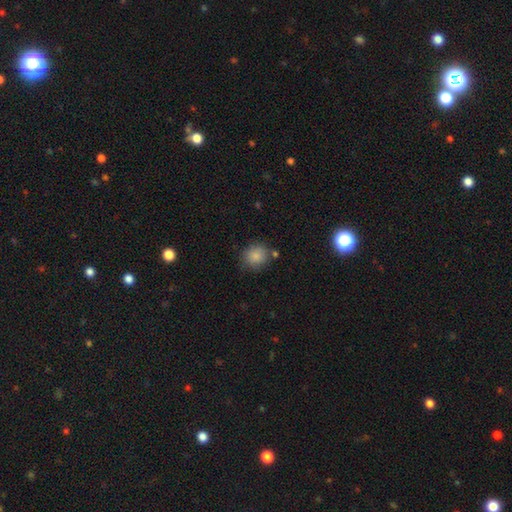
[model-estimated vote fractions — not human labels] smooth 85%, star or artifact 9%, featured or disk 6%. Down the decision tree: how rounded — round (79%); merging — none (73%).